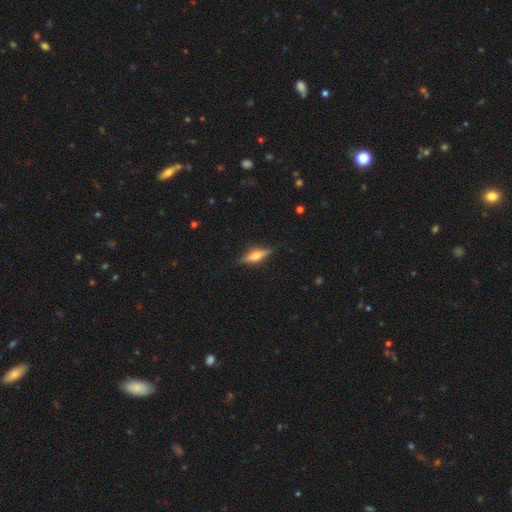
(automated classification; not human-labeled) Smooth or featured?
  - featured or disk: 63% *
  - smooth: 31%
  - star or artifact: 7%
Edge-on disk?
  - yes: 96% *
  - no: 4%
Edge-on bulge?
  - rounded: 88% *
  - boxy: 8%
  - none: 3%
Merging?
  - none: 86% *
  - minor disturbance: 10%
  - major disturbance: 2%
  - merger: 1%